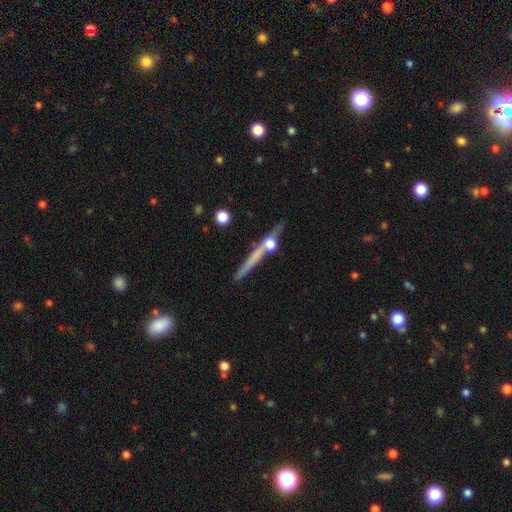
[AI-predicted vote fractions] This is possibly a featured or disk galaxy (59%). It is clearly viewed edge-on (95%). Edge-on bulge: possibly rounded (48%). Merging: likely none (75%).